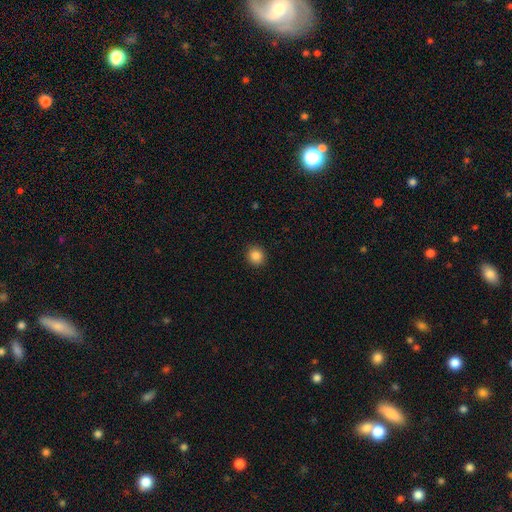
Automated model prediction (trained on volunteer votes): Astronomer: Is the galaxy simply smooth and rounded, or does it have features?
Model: smooth — 87%.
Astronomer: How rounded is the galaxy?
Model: round — 83%.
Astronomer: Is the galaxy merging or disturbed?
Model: none — 91%.